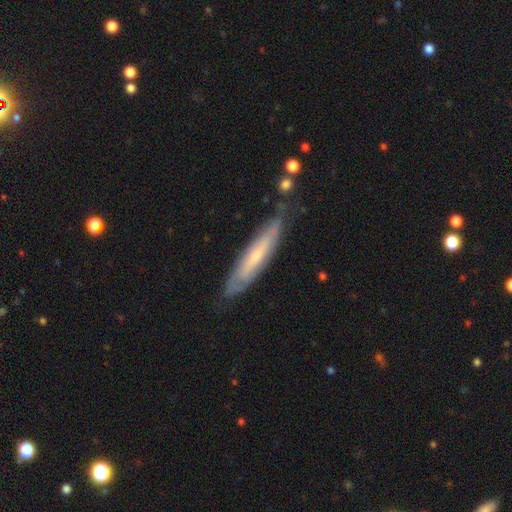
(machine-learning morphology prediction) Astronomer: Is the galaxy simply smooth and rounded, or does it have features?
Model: featured or disk — 58% (runner-up: smooth, 36%).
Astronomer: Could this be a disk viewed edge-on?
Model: yes — 56% (runner-up: no, 44%).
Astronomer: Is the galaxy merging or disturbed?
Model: none — 69%.